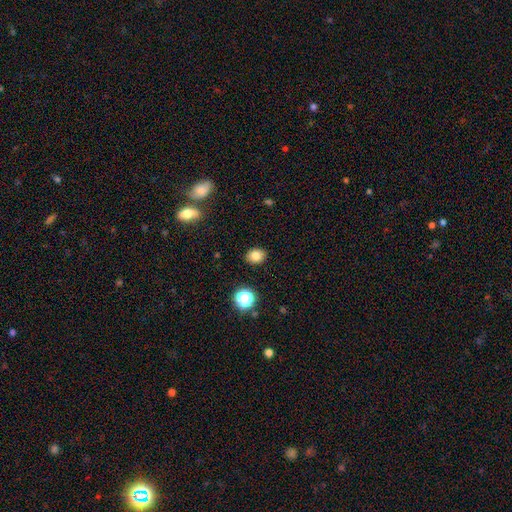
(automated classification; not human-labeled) Morphology: type=smooth (80%); roundness=in between (51%); merging=none (88%).